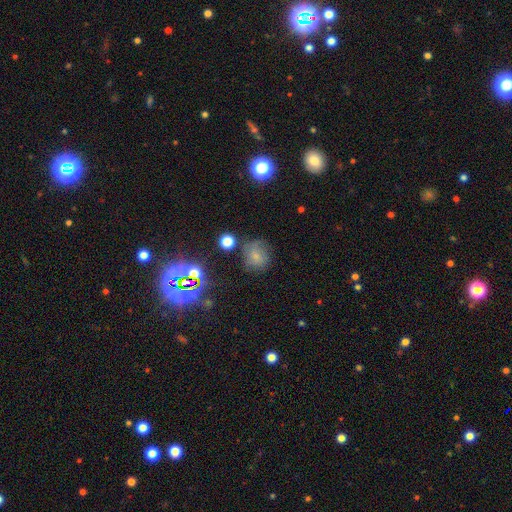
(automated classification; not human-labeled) smooth_or_featured: smooth (p=0.54) [alt: star or artifact p=0.24]
how_rounded: round (p=0.79) [alt: in between p=0.20]
merging: none (p=0.69) [alt: minor disturbance p=0.19]